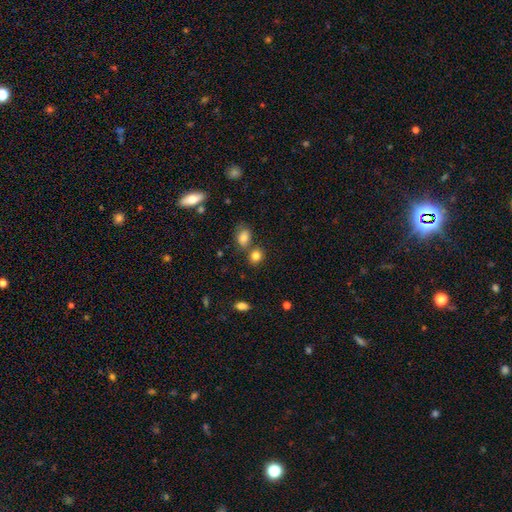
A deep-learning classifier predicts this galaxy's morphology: Smooth or featured? smooth (82%)
How rounded? round (69%)
Merging? none (65%)